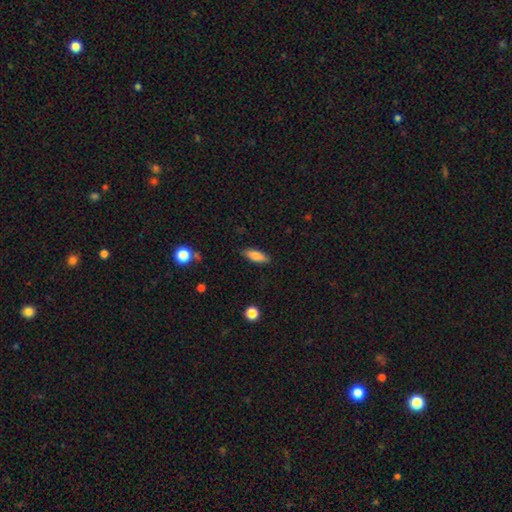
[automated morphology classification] This is clearly a smooth galaxy (83%). How rounded: likely in between (65%). Merging: clearly none (85%).